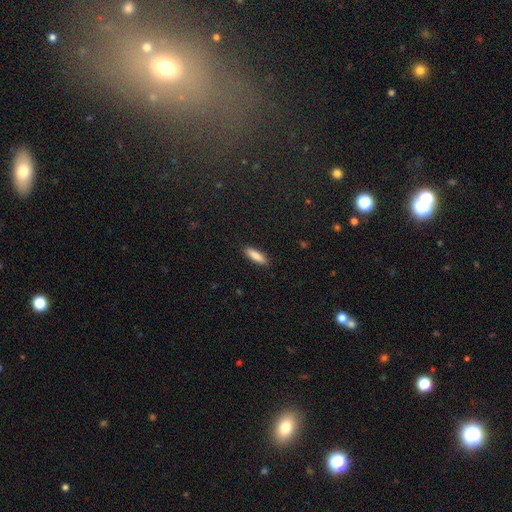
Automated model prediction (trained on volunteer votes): This appears to be a smooth galaxy with no disk features (85%) that is cigar-shaped (62%). Merging: none (90%).